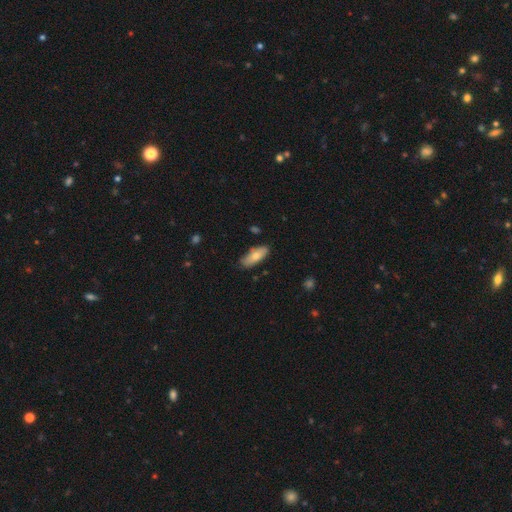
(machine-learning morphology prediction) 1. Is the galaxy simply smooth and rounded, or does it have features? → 73% smooth, 21% featured or disk, 6% star or artifact.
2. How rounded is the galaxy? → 76% in between, 22% cigar-shaped, 2% round.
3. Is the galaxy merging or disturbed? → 79% none, 17% minor disturbance, 2% major disturbance, 2% merger.